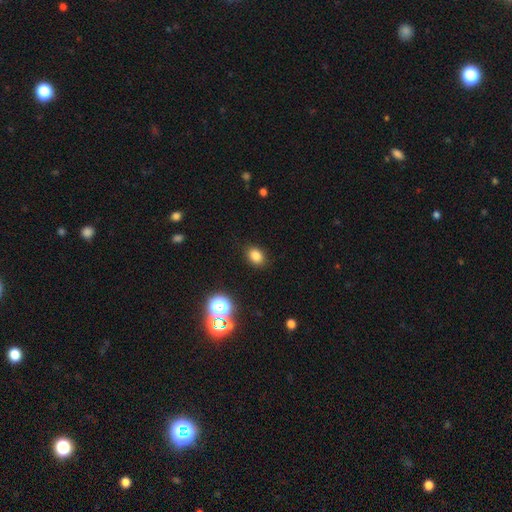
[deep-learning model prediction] Morphology: type=smooth (81%); roundness=in between (62%); merging=none (88%).